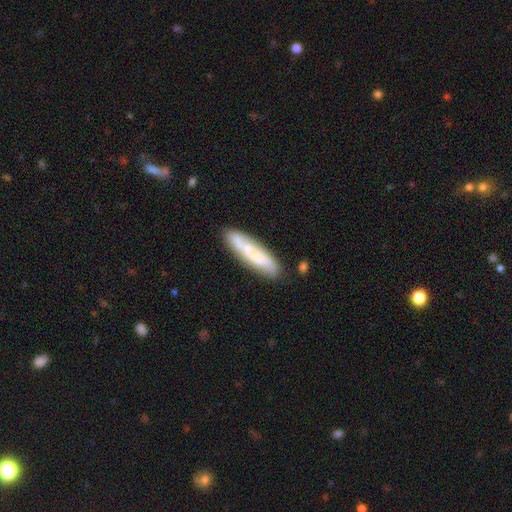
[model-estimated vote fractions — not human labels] Smooth or featured? smooth (48%)
Merging? none (78%)